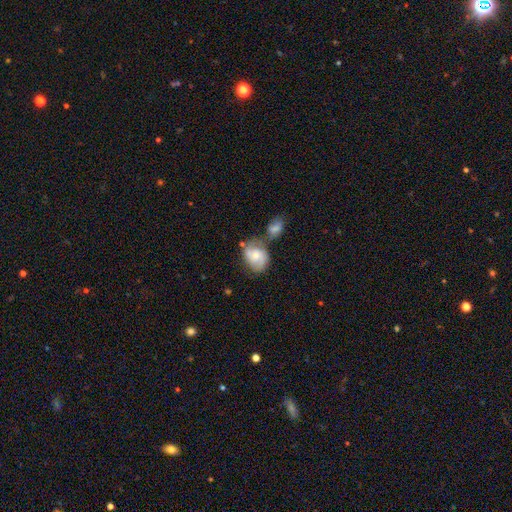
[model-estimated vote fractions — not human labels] This is possibly a featured or disk galaxy (51%). It is clearly not viewed edge-on (97%). Merging: marginally merger (38%).